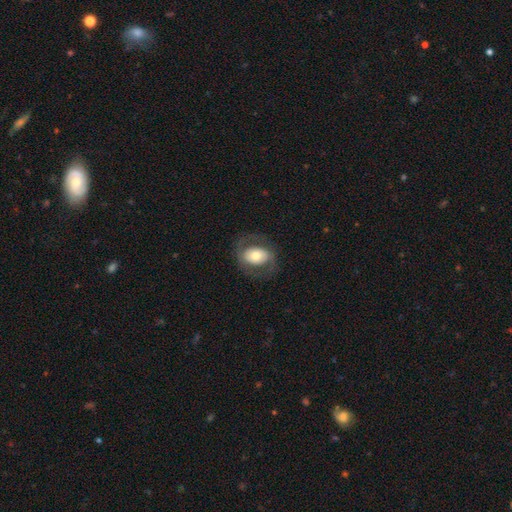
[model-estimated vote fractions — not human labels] Morphology: type=featured or disk (48%); merging=none (74%).